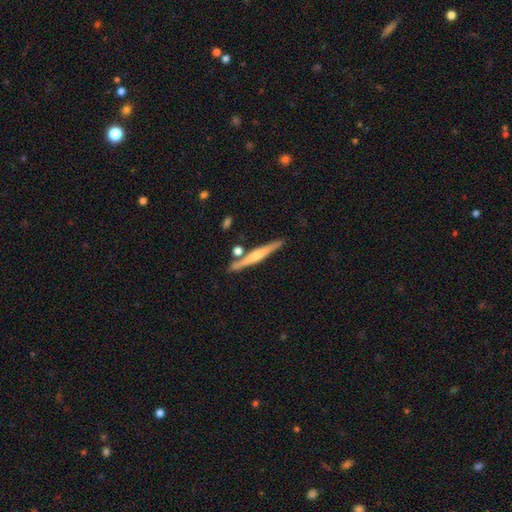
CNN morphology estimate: smooth-or-featured: featured or disk: 61% | smooth: 33% | star or artifact: 6%
  disk-edge-on: yes: 97% | no: 3%
    edge-on-bulge: rounded: 66% | none: 18% | boxy: 15%
  merging: none: 82% | minor disturbance: 9% | merger: 7% | major disturbance: 2%